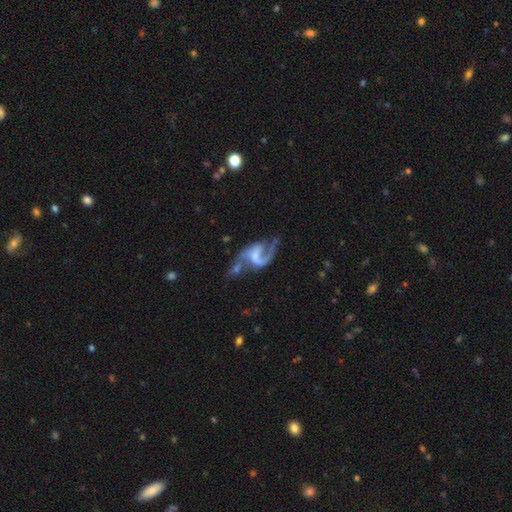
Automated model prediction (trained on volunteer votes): Smooth or featured? Predicted: featured or disk (p=0.88). Edge-on disk? Predicted: no (p=0.98). Bar? Predicted: weak (p=0.50). Spiral arms? Predicted: yes (p=0.96). Spiral winding? Predicted: loose (p=0.53). Spiral arm count? Predicted: 2 (p=0.79). Bulge size? Predicted: small (p=0.36). Merging? Predicted: none (p=0.40).